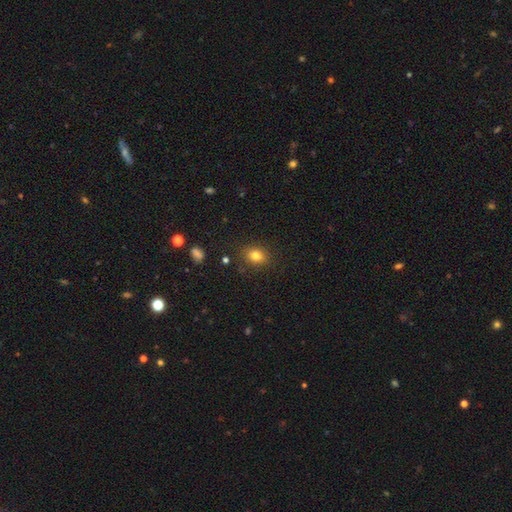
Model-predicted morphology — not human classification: This appears to be a smooth galaxy with no disk features (81%) that is in between round and cigar-shaped (54%). Merging: none (84%).